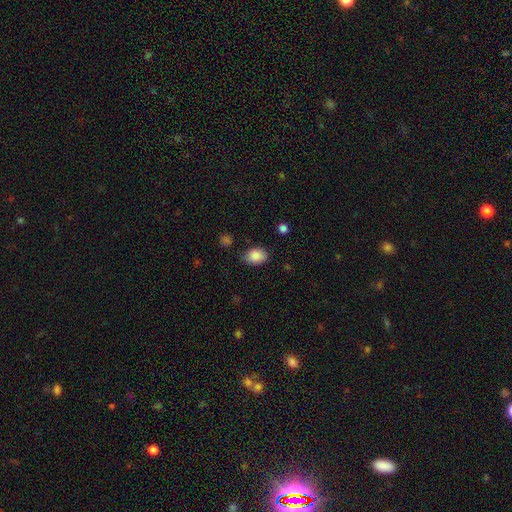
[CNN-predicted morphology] A smooth galaxy with no disk features (87%) that is in between round and cigar-shaped (81%). Merging: none (80%).